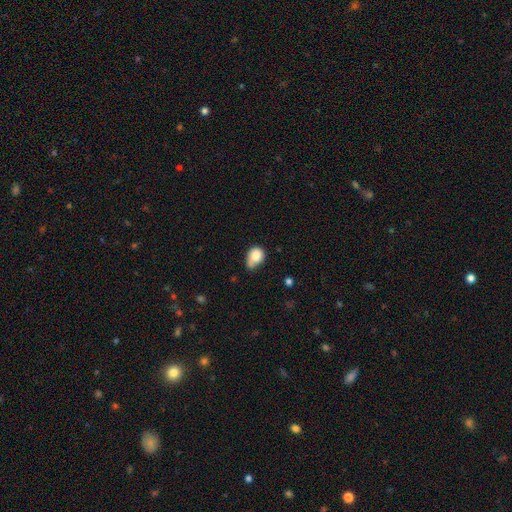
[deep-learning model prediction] smooth_or_featured: smooth (p=0.81) [alt: featured or disk p=0.10]
how_rounded: round (p=0.53) [alt: in between p=0.46]
merging: minor disturbance (p=0.38) [alt: none p=0.33]